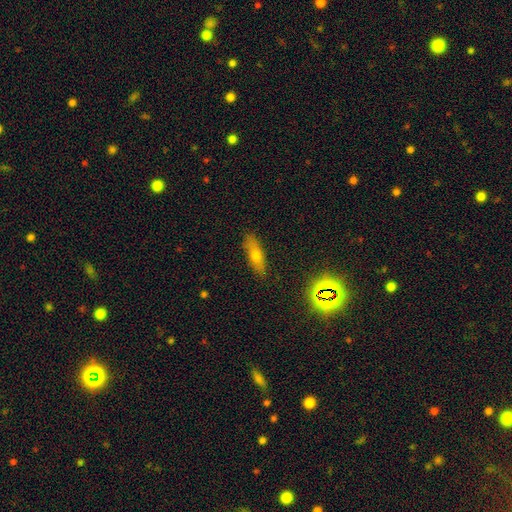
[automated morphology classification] smooth 62%, featured or disk 26%, star or artifact 11%. Down the decision tree: how rounded — in between (51%); merging — none (85%).